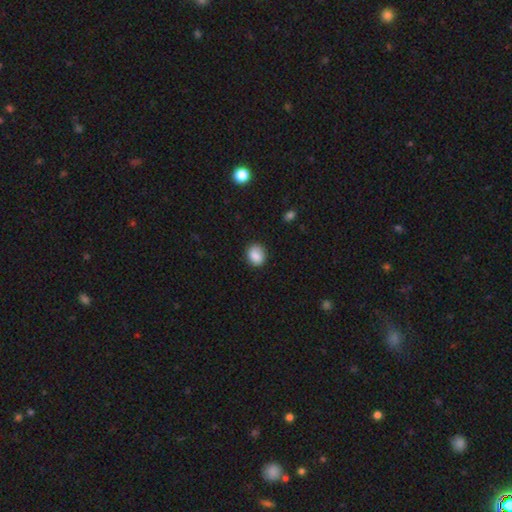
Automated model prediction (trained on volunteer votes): A smooth galaxy with no disk features (84%) that is round (66%). Merging: none (81%).